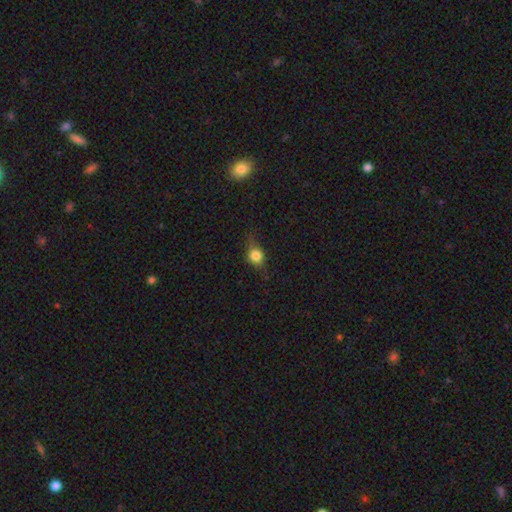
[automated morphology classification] The model was most divided on "how rounded": round: 64%, in between: 32%, cigar-shaped: 5%. More confident: merging — none (67%); smooth or featured — smooth (67%).